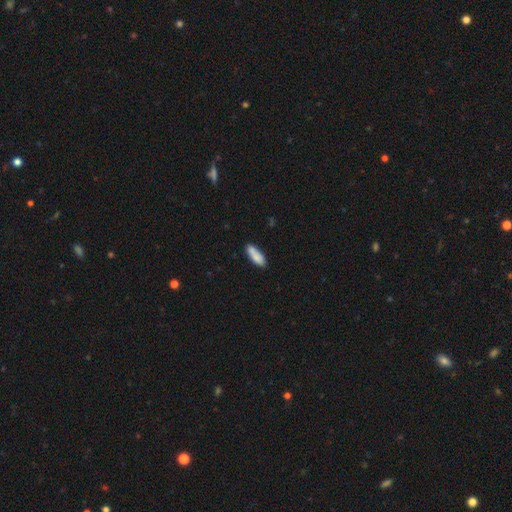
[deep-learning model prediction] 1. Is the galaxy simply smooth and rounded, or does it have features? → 85% smooth, 9% featured or disk, 6% star or artifact.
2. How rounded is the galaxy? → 50% in between, 48% cigar-shaped, 2% round.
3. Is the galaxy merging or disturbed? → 77% none, 16% minor disturbance, 5% merger, 3% major disturbance.